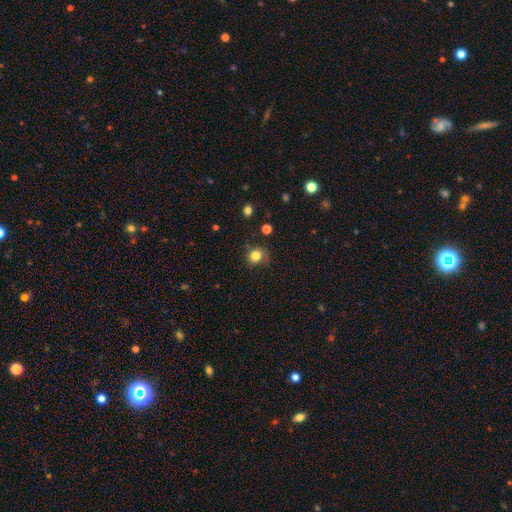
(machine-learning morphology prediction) type=smooth (82%); roundness=round (77%); merging=none (72%).